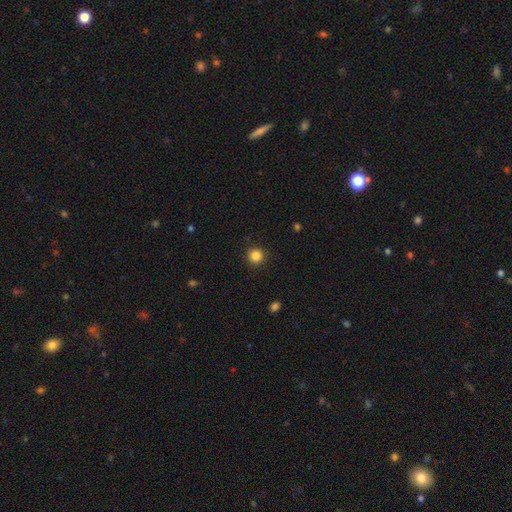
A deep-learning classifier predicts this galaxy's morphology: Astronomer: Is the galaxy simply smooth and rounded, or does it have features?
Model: smooth — 85%.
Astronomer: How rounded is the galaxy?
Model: round — 95%.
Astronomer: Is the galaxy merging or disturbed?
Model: none — 92%.